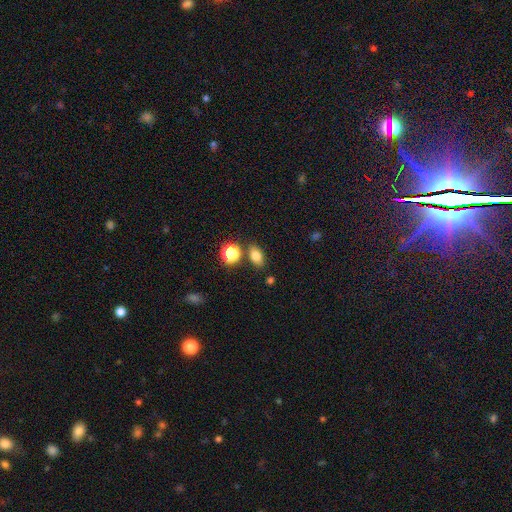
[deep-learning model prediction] smooth-or-featured: smooth: 78% | star or artifact: 13% | featured or disk: 9%
  how-rounded: in between: 78% | round: 19% | cigar-shaped: 3%
  merging: none: 78% | minor disturbance: 11% | merger: 8% | major disturbance: 3%